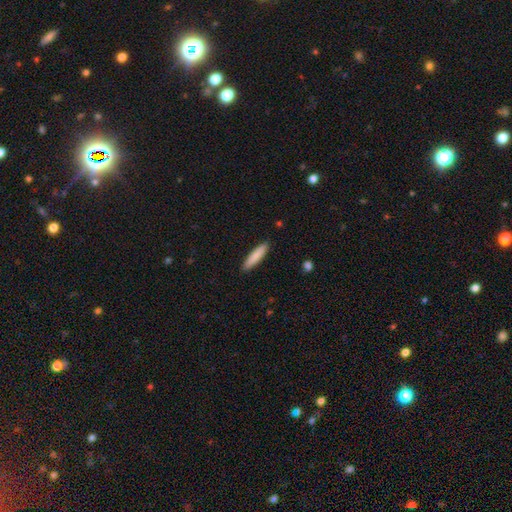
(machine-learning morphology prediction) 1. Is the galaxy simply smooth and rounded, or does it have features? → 84% smooth, 10% featured or disk, 6% star or artifact.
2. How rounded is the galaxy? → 82% cigar-shaped, 17% in between, 1% round.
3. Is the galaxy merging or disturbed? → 90% none, 8% minor disturbance, 2% major disturbance, 1% merger.